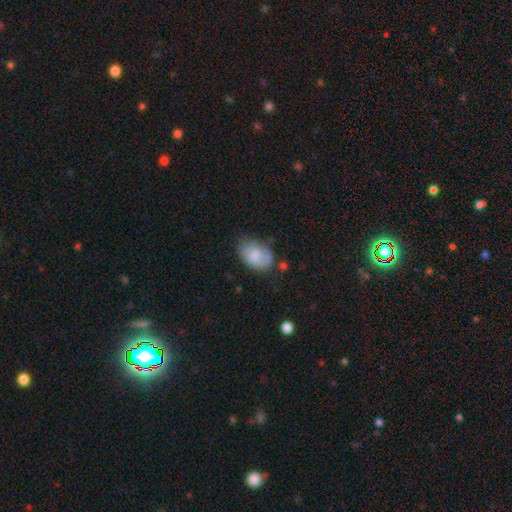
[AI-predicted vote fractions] Smooth or featured: smooth — 71% (featured or disk — 22%)
How rounded: in between — 87% (round — 12%)
Merging: none — 61% (minor disturbance — 28%)